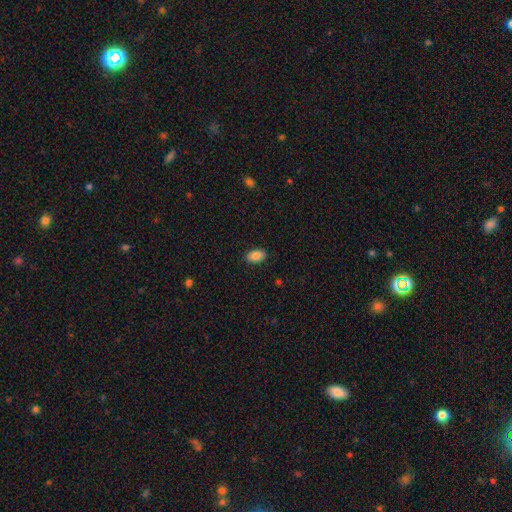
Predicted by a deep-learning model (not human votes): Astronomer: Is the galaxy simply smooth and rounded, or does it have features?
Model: smooth — 86%.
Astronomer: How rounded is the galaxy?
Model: in between — 93%.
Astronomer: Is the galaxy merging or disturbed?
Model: none — 89%.